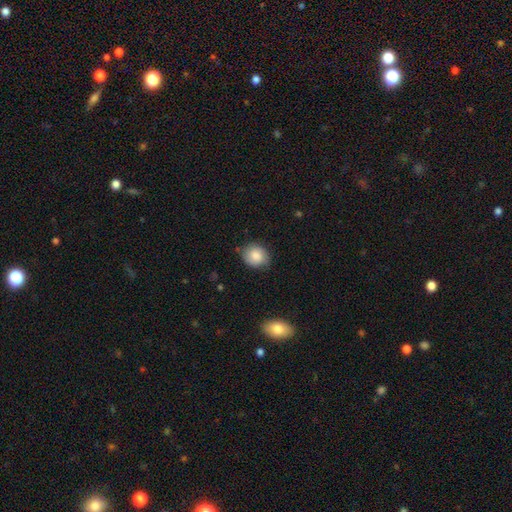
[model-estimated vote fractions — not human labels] smooth-or-featured: smooth: 84% | featured or disk: 9% | star or artifact: 8%
  how-rounded: round: 71% | in between: 28% | cigar-shaped: 1%
  merging: none: 76% | minor disturbance: 19% | major disturbance: 3% | merger: 2%